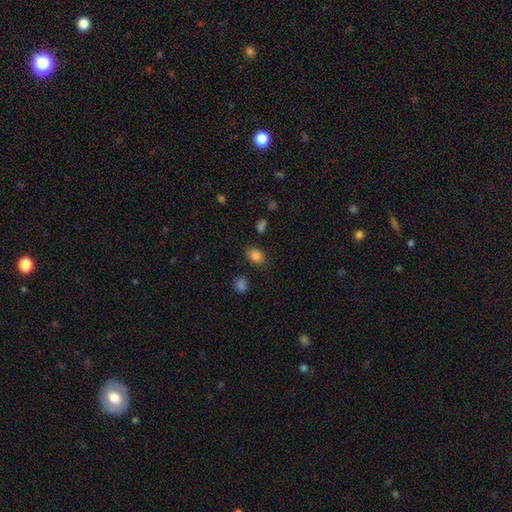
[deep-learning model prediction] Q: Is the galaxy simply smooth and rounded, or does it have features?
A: smooth — 84%.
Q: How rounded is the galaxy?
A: in between — 68%.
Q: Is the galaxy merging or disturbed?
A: none — 82%.